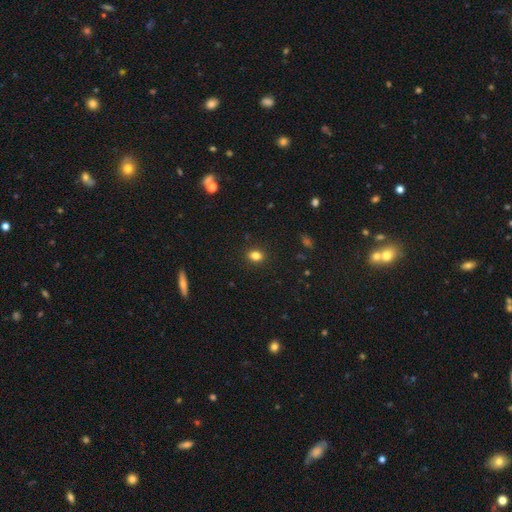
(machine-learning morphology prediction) Smooth or featured? smooth (82%)
How rounded? in between (57%)
Merging? none (90%)